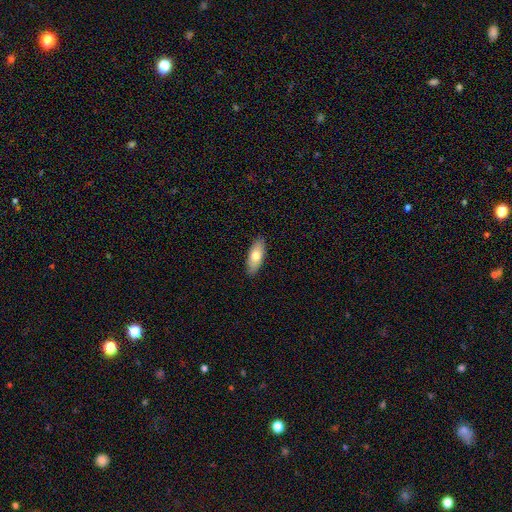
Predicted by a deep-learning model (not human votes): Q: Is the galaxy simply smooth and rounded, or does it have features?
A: smooth — 73%.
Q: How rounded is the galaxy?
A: in between — 79%.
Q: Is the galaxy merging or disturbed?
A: none — 88%.